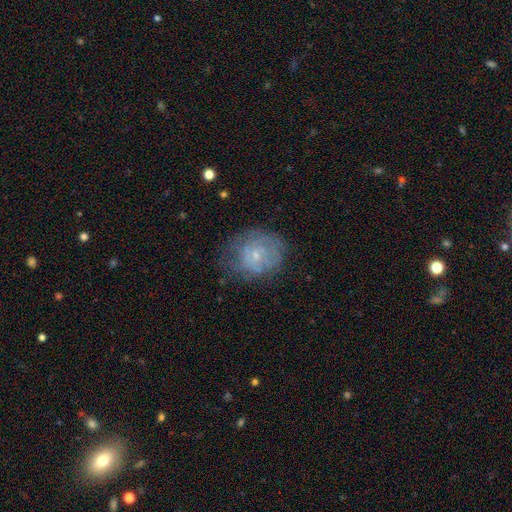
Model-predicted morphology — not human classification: A featured or disk galaxy (50%).

Vote fractions:
- Smooth or featured? featured or disk: 50% / smooth: 40% / star or artifact: 10%
- Edge-on disk? no: 97% / yes: 3%
- Merging? none: 56% / minor disturbance: 26% / major disturbance: 15% / merger: 2%